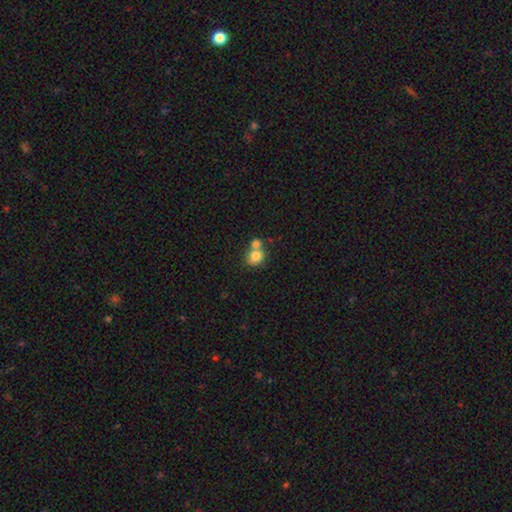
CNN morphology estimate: This appears to be a smooth galaxy with no disk features (80%) that is round (72%). Merging: merger (49%).